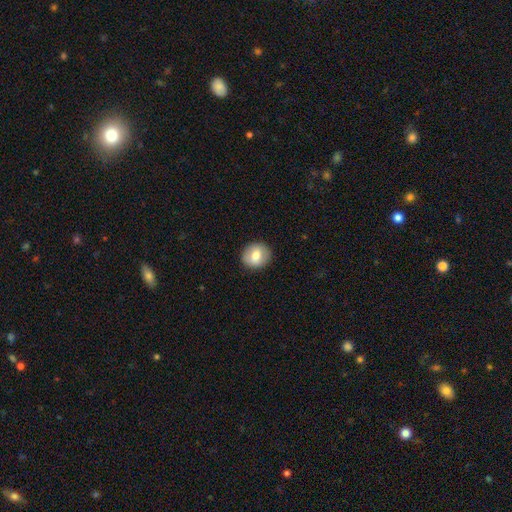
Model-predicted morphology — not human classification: A smooth galaxy with no disk features (71%) that is round (80%).

Vote fractions:
- Smooth or featured? smooth: 71% / featured or disk: 21% / star or artifact: 8%
- How rounded? round: 80% / in between: 19% / cigar-shaped: 1%
- Merging? none: 89% / minor disturbance: 8% / major disturbance: 2% / merger: 1%